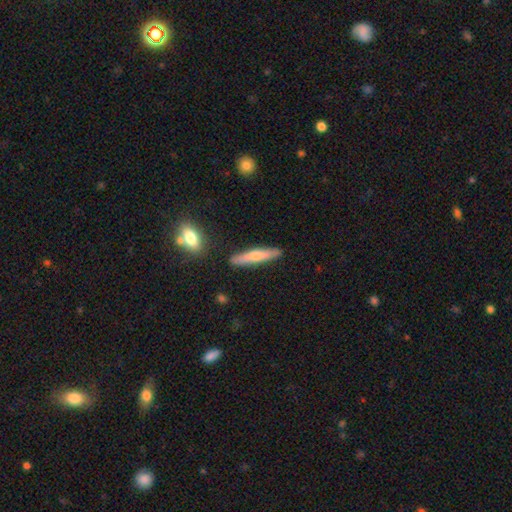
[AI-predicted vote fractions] This is possibly a featured or disk galaxy (52%). It is clearly viewed edge-on (92%). Merging: clearly none (86%).